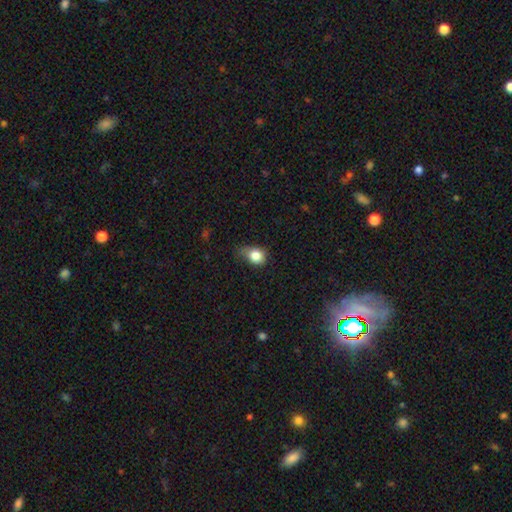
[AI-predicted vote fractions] smooth_or_featured: smooth (p=0.82) [alt: star or artifact p=0.10]
how_rounded: round (p=0.50) [alt: in between p=0.48]
merging: minor disturbance (p=0.43) [alt: none p=0.39]